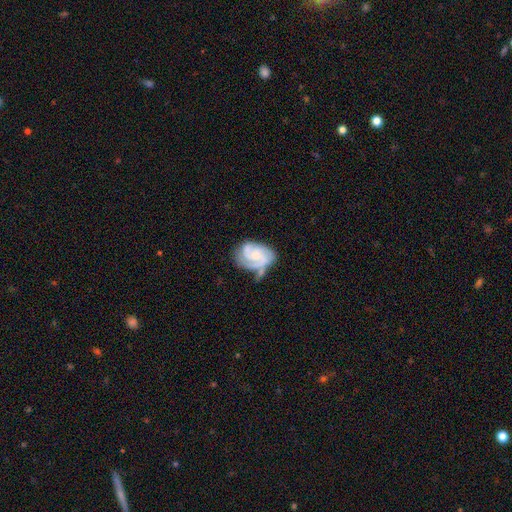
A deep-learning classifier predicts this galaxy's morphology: smooth_or_featured: featured or disk (p=0.78) [alt: smooth p=0.16]
disk_edge_on: no (p=0.98) [alt: yes p=0.02]
bar: no (p=0.66) [alt: weak p=0.29]
has_spiral_arms: yes (p=0.94) [alt: no p=0.06]
spiral_winding: tight (p=0.49) [alt: medium p=0.39]
spiral_arm_count: 3 (p=0.45) [alt: 2 p=0.26]
bulge_size: small (p=0.58) [alt: moderate p=0.27]
merging: none (p=0.44) [alt: minor disturbance p=0.28]